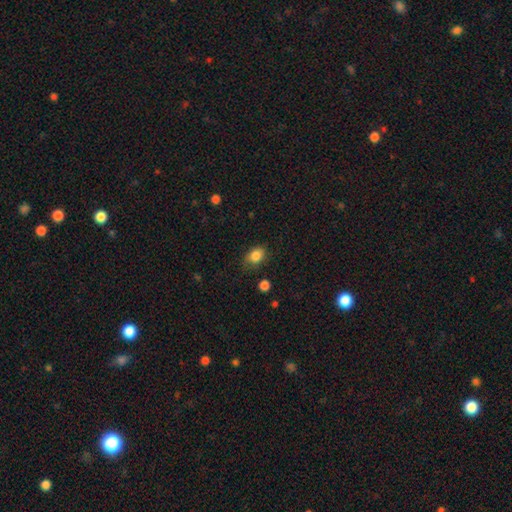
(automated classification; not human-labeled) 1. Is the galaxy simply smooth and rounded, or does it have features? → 85% smooth, 9% star or artifact, 6% featured or disk.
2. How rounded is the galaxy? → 66% in between, 33% round, 1% cigar-shaped.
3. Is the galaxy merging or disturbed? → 70% none, 23% minor disturbance, 5% major disturbance, 2% merger.